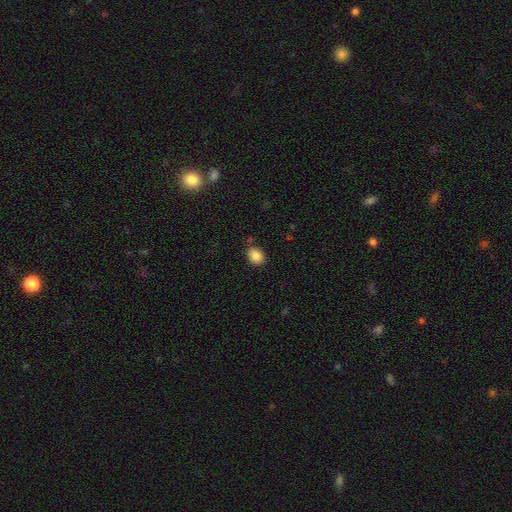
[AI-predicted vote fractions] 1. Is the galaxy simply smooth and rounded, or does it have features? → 87% smooth, 9% star or artifact, 4% featured or disk.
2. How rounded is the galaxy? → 59% in between, 40% round, 1% cigar-shaped.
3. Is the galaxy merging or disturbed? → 83% none, 11% minor disturbance, 3% merger, 3% major disturbance.